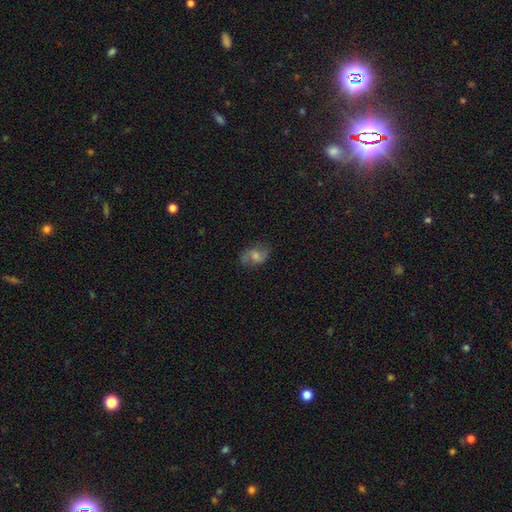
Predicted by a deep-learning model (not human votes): featured or disk 56%, smooth 30%, star or artifact 14%. Down the decision tree: edge-on disk — no (96%); bar — no (48%); spiral arms — yes (88%); bulge size — moderate (51%); merging — none (77%).